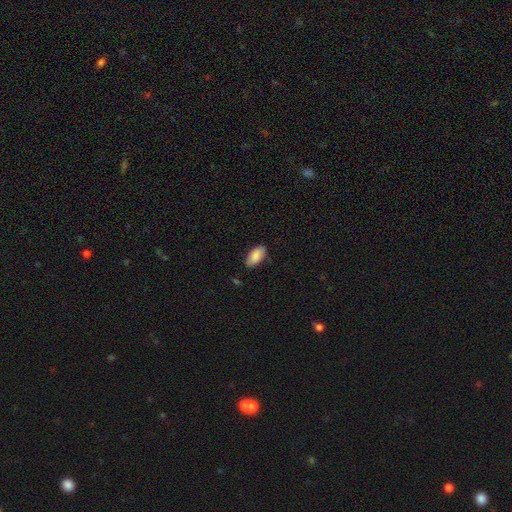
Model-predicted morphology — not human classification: Smooth or featured? smooth (88%)
How rounded? in between (93%)
Merging? none (82%)